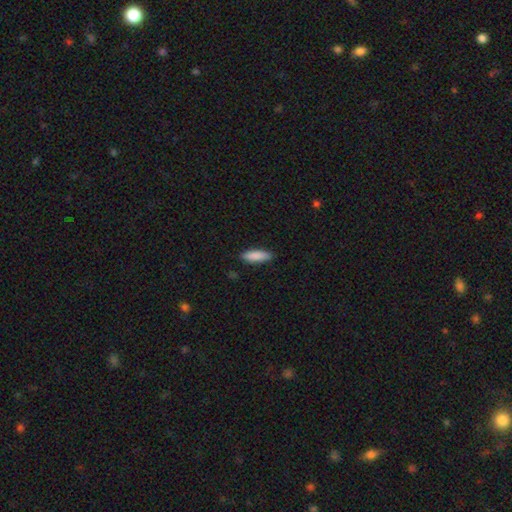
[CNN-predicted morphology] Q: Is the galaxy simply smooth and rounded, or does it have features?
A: smooth — 87%.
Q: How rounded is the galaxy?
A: cigar-shaped — 57%.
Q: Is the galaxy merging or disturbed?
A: none — 87%.